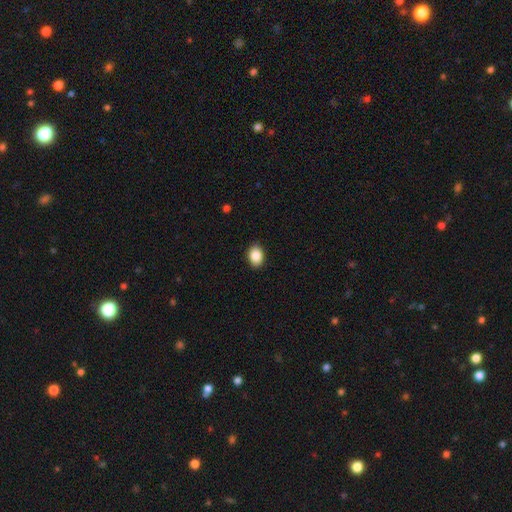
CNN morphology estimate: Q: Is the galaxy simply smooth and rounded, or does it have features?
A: smooth — 88%.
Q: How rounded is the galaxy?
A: in between — 78%.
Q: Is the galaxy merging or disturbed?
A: none — 89%.